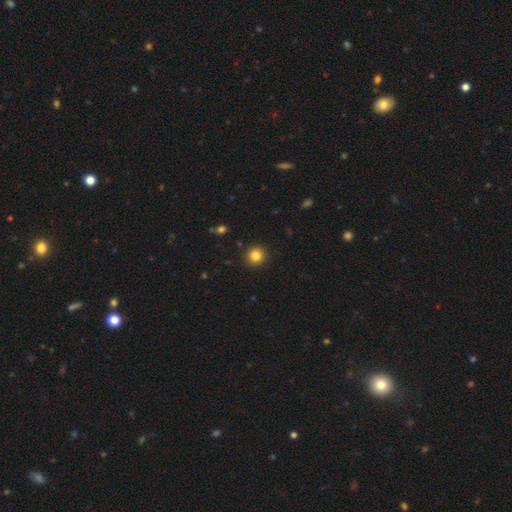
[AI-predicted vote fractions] This is clearly a smooth galaxy (83%). How rounded: clearly round (92%). Merging: clearly none (91%).